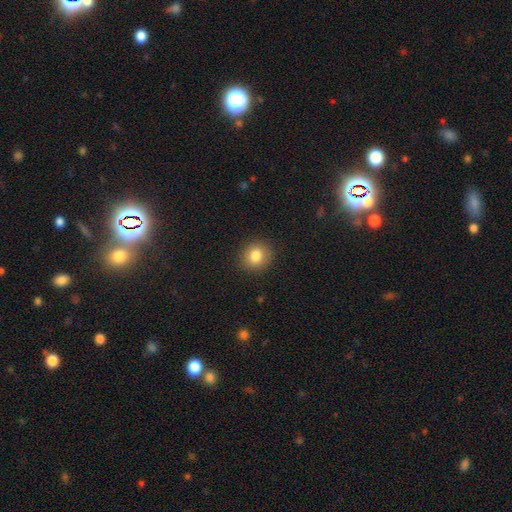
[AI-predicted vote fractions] The model was most divided on "how rounded": round: 80%, in between: 19%, cigar-shaped: 1%. More confident: merging — none (89%); smooth or featured — smooth (83%).